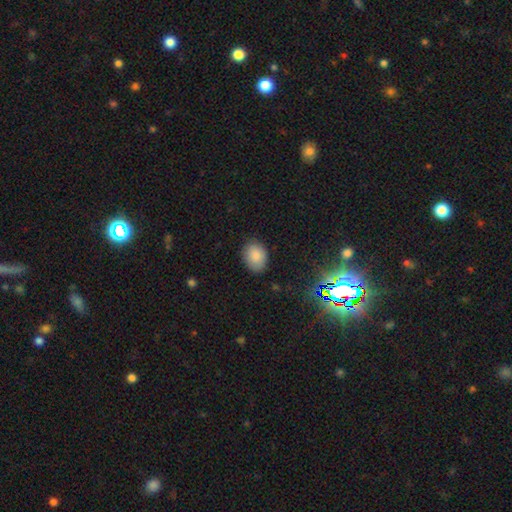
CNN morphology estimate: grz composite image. It shows a smooth galaxy with no disk features (86%) that is in between round and cigar-shaped (67%). Merging: none (83%).